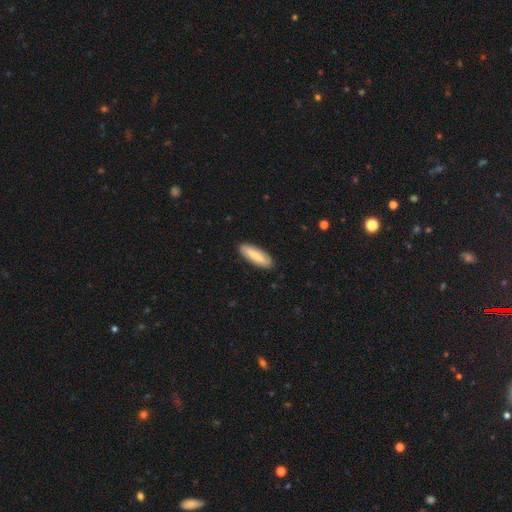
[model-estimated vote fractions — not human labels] Q: Smooth or featured?
A: smooth (75%); runner-up: featured or disk (20%)
Q: How rounded?
A: in between (49%); tied with: cigar-shaped (49%)
Q: Merging?
A: none (89%); runner-up: minor disturbance (9%)